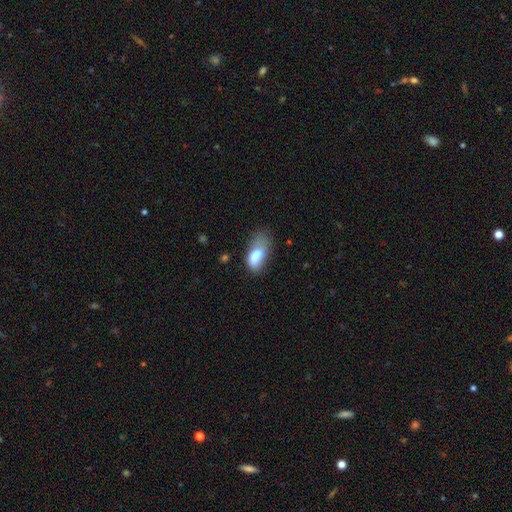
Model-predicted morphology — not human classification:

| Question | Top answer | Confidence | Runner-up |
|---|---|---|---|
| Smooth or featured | smooth | 78% | featured or disk (14%) |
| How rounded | in between | 90% | cigar-shaped (5%) |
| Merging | minor disturbance | 37% | major disturbance (31%) |